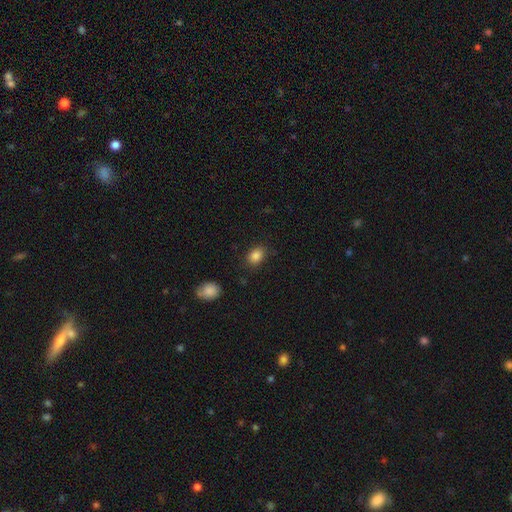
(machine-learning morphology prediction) This appears to be a smooth galaxy with no disk features (86%) that is in between round and cigar-shaped (66%). Merging: none (83%).